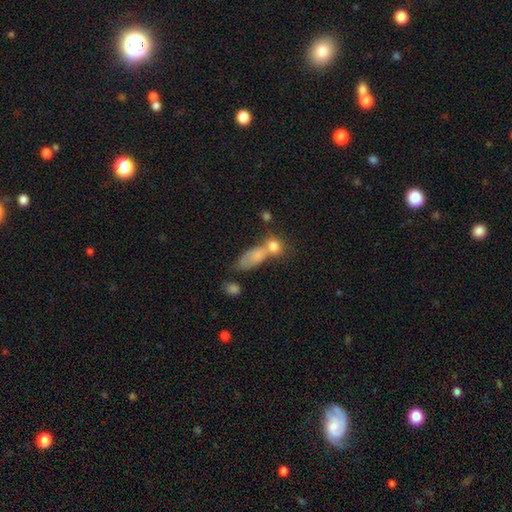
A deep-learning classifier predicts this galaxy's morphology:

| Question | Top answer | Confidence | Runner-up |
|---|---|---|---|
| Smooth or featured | smooth | 75% | featured or disk (15%) |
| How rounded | in between | 74% | round (15%) |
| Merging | merger | 51% | none (27%) |